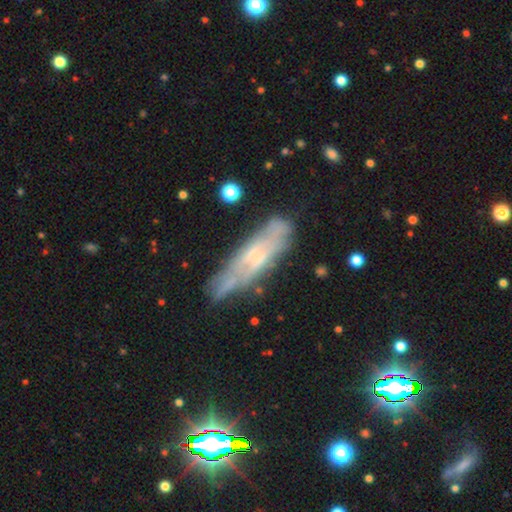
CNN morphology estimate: Smooth or featured? featured or disk (57%)
Edge-on disk? yes (52%)
Merging? none (65%)